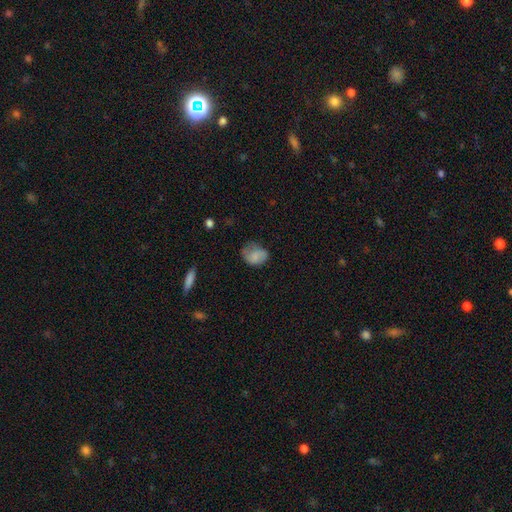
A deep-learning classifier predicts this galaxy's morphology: Smooth or featured: smooth — 75% (featured or disk — 17%)
How rounded: in between — 59% (round — 40%)
Merging: none — 49% (minor disturbance — 34%)